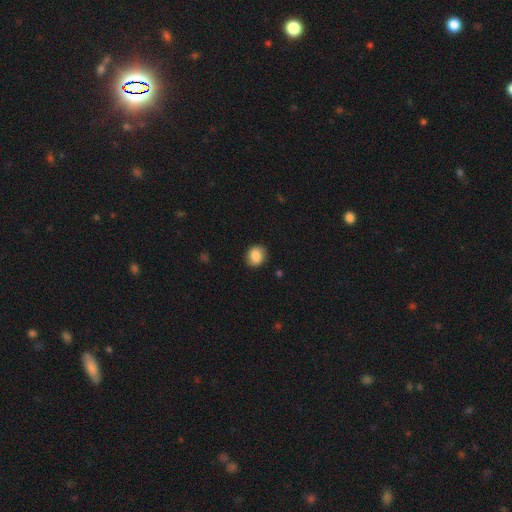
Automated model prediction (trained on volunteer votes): smooth-or-featured: smooth: 85% | star or artifact: 8% | featured or disk: 7%
  how-rounded: round: 70% | in between: 29% | cigar-shaped: 1%
  merging: none: 86% | minor disturbance: 11% | major disturbance: 3% | merger: 1%